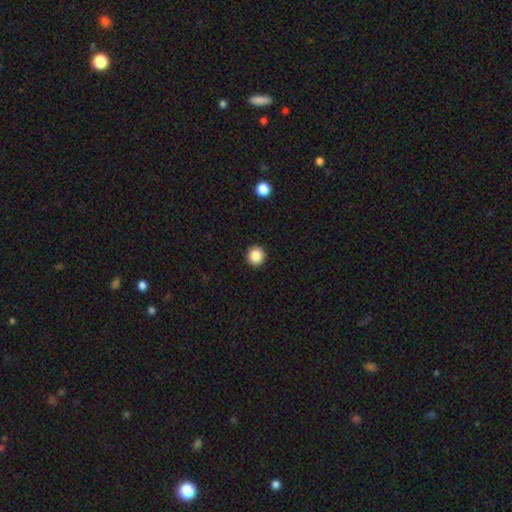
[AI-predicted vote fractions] Q: Smooth or featured?
A: smooth (86%); runner-up: star or artifact (10%)
Q: How rounded?
A: round (95%); runner-up: in between (4%)
Q: Merging?
A: none (93%); runner-up: minor disturbance (4%)